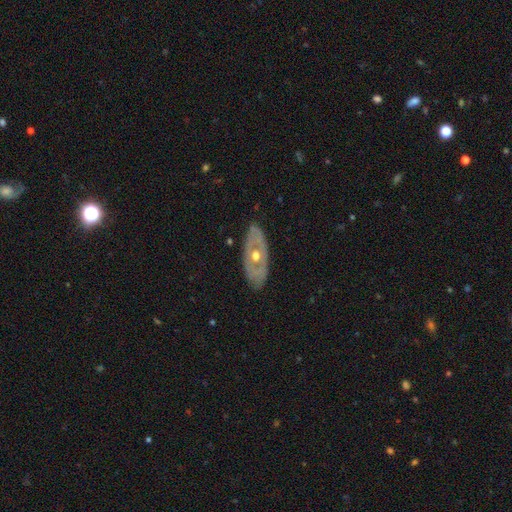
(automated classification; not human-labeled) Q: Smooth or featured?
A: featured or disk (69%); runner-up: smooth (26%)
Q: Edge-on disk?
A: no (82%); runner-up: yes (18%)
Q: Bar?
A: no (91%); runner-up: weak (7%)
Q: Spiral arms?
A: no (76%); runner-up: yes (24%)
Q: Bulge size?
A: moderate (79%); runner-up: small (14%)
Q: Merging?
A: none (79%); runner-up: minor disturbance (16%)